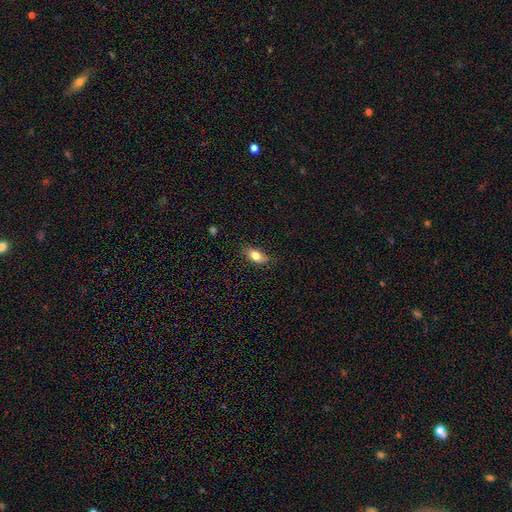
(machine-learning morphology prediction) The model was most divided on "merging": none: 78%, minor disturbance: 17%, major disturbance: 3%, merger: 1%. More confident: how rounded — in between (83%); smooth or featured — smooth (78%).